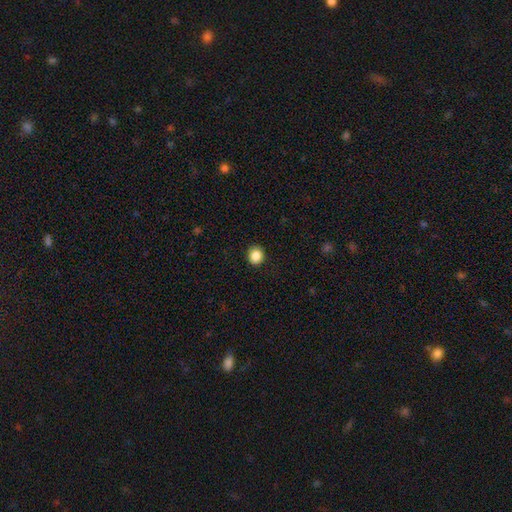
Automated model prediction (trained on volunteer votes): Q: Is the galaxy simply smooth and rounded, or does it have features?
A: smooth — 87%.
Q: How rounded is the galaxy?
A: round — 83%.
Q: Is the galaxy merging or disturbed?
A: none — 91%.